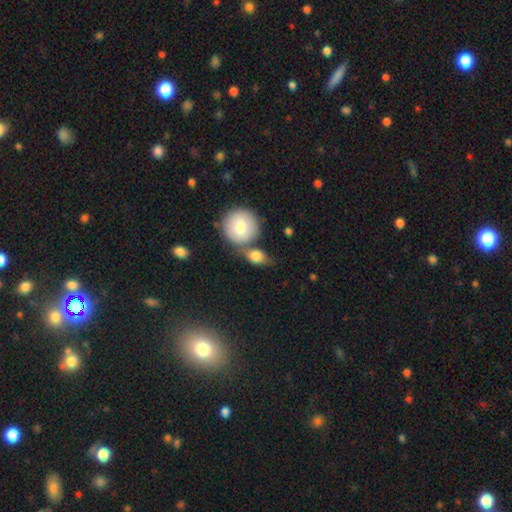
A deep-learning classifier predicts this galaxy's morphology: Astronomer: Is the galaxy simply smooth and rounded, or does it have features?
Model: smooth — 77%.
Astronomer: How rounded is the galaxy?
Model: in between — 53% (runner-up: round, 42%).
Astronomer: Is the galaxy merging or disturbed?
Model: none — 45% (runner-up: merger, 32%).